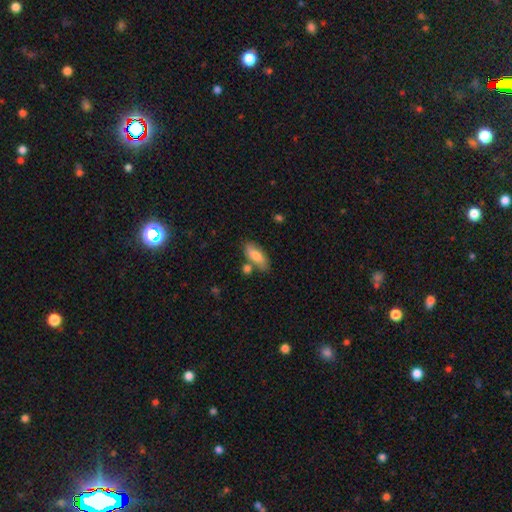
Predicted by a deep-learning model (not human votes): Smooth or featured?
  - smooth: 77% *
  - featured or disk: 17%
  - star or artifact: 6%
How rounded?
  - in between: 76% *
  - cigar-shaped: 21%
  - round: 3%
Merging?
  - none: 68% *
  - minor disturbance: 16%
  - merger: 13%
  - major disturbance: 4%